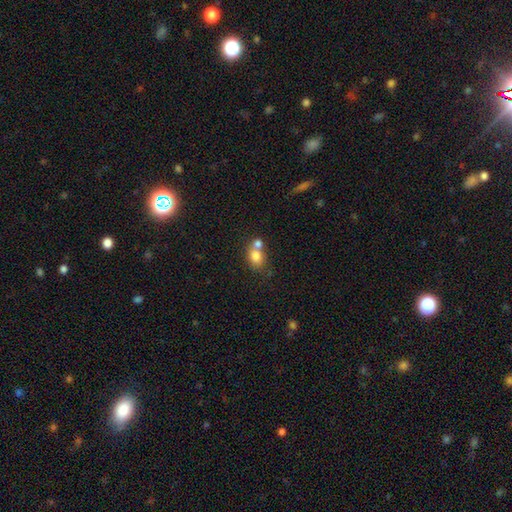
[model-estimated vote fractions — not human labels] This is likely a smooth galaxy (77%). How rounded: likely round (61%). Merging: possibly merger (52%).